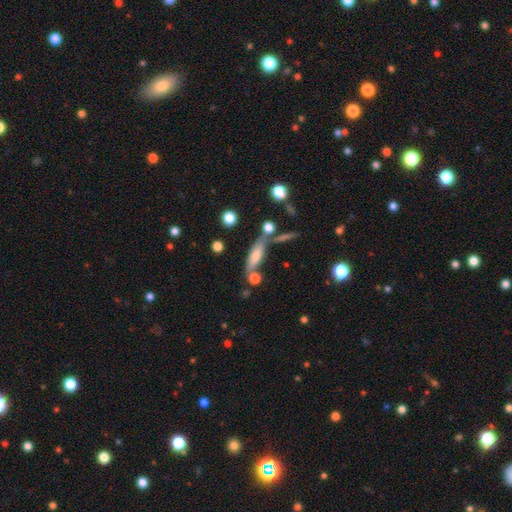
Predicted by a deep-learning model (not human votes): The model was most divided on "how rounded": cigar-shaped: 57%, in between: 39%, round: 4%. More confident: smooth or featured — smooth (63%); merging — none (58%).